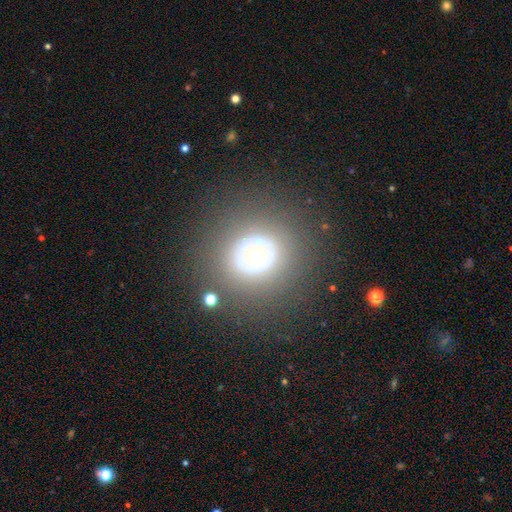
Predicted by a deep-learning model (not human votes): Smooth or featured: featured or disk — 54% (smooth — 38%)
Edge-on disk: no — 94% (yes — 6%)
Bar: no — 92% (weak — 5%)
Spiral arms: no — 94% (yes — 6%)
Bulge size: moderate — 75% (large — 11%)
Merging: none — 77% (minor disturbance — 12%)